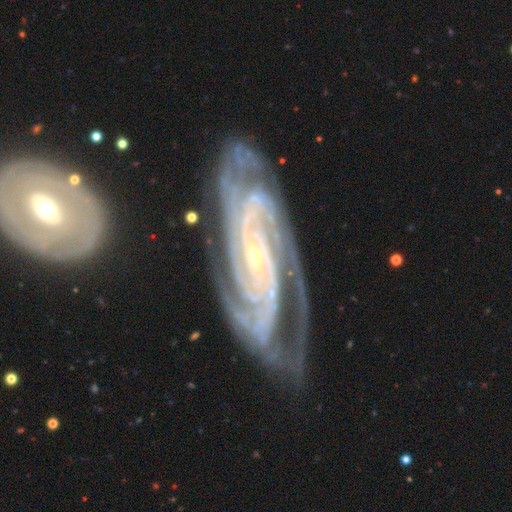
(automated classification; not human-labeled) A featured or disk galaxy (93%) with no bar (53%), 4 (26%) tight (74%) spiral arms (99%) and a small central bulge (81%).

Vote fractions:
- Smooth or featured? featured or disk: 93% / star or artifact: 4% / smooth: 3%
- Edge-on disk? no: 95% / yes: 5%
- Bar? no: 53% / weak: 29% / strong: 18%
- Spiral arms? yes: 99% / no: 1%
- Spiral winding? tight: 74% / medium: 23% / loose: 3%
- Spiral arm count? 4: 26% / 3: 24% / 2: 18% / can't tell: 13% / more than 4: 11% / 1: 7%
- Bulge size? small: 81% / moderate: 15% / none: 2% / large: 1% / dominant: 1%
- Merging? none: 64% / minor disturbance: 21% / major disturbance: 8% / merger: 6%